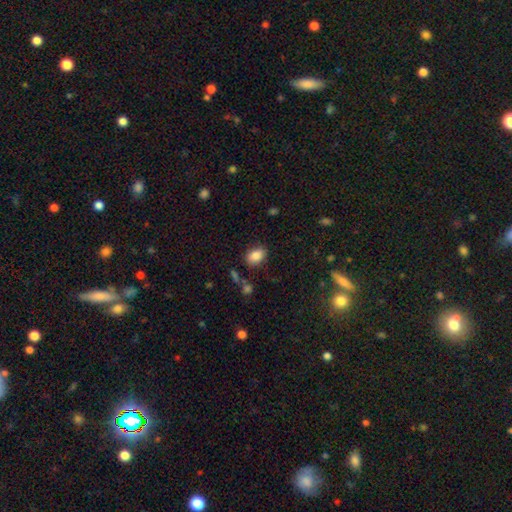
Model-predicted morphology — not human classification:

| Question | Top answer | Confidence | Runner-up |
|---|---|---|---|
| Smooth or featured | smooth | 85% | star or artifact (9%) |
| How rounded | in between | 81% | round (17%) |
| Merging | none | 81% | minor disturbance (13%) |